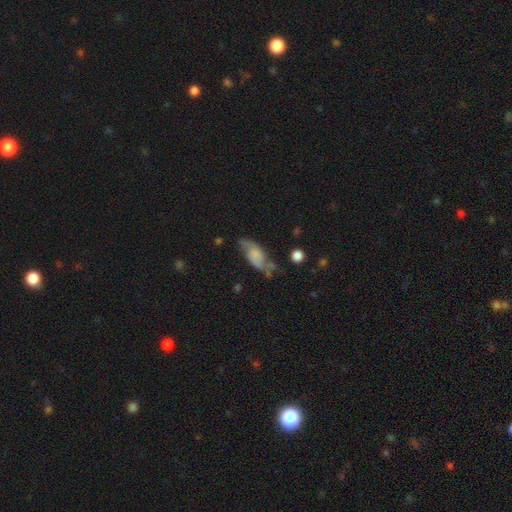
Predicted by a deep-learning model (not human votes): This appears to be a smooth galaxy with no disk features (50%) that is in between round and cigar-shaped (82%). Merging: none (47%).